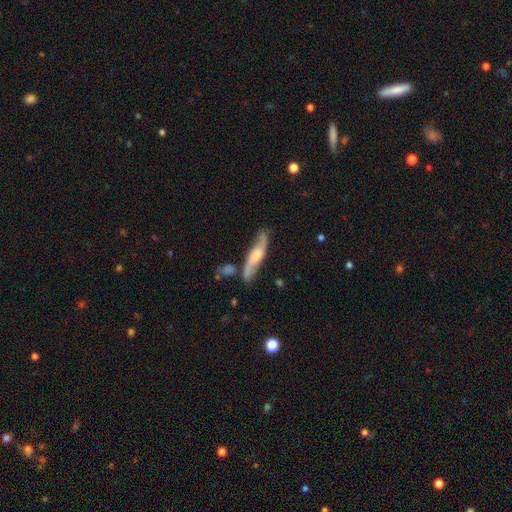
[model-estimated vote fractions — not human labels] Q: Smooth or featured?
A: featured or disk (66%); runner-up: smooth (28%)
Q: Edge-on disk?
A: no (56%); runner-up: yes (44%)
Q: Merging?
A: none (71%); runner-up: minor disturbance (17%)